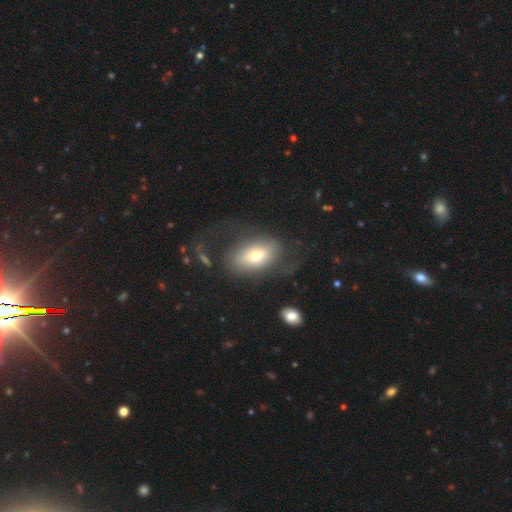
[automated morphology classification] Q: Smooth or featured?
A: smooth (57%); runner-up: featured or disk (35%)
Q: How rounded?
A: in between (87%); runner-up: round (10%)
Q: Merging?
A: none (46%); runner-up: major disturbance (33%)